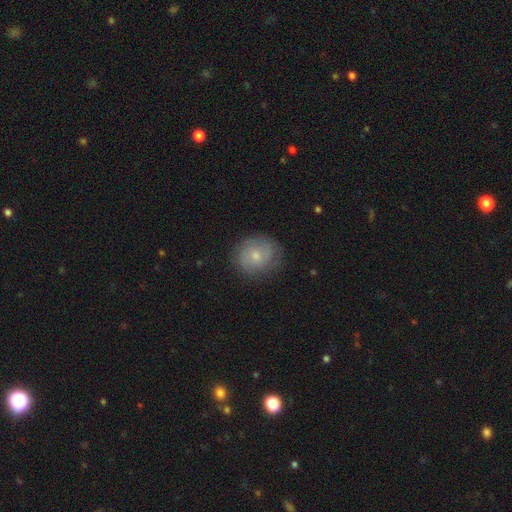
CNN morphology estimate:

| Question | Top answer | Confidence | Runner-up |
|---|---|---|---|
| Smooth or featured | smooth | 46% | featured or disk (45%) |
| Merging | none | 78% | minor disturbance (16%) |